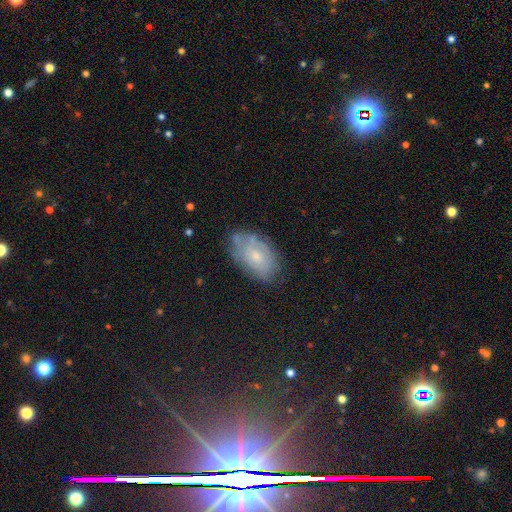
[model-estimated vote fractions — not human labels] A featured or disk galaxy (44%).

Vote fractions:
- Smooth or featured? featured or disk: 44% / smooth: 43% / star or artifact: 12%
- Merging? none: 65% / minor disturbance: 25% / major disturbance: 7% / merger: 2%